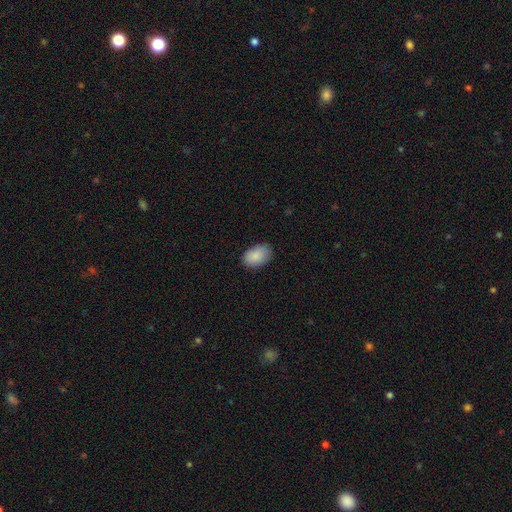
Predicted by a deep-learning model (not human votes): Q: Smooth or featured?
A: smooth (89%); runner-up: star or artifact (7%)
Q: How rounded?
A: in between (90%); runner-up: round (9%)
Q: Merging?
A: none (82%); runner-up: minor disturbance (15%)